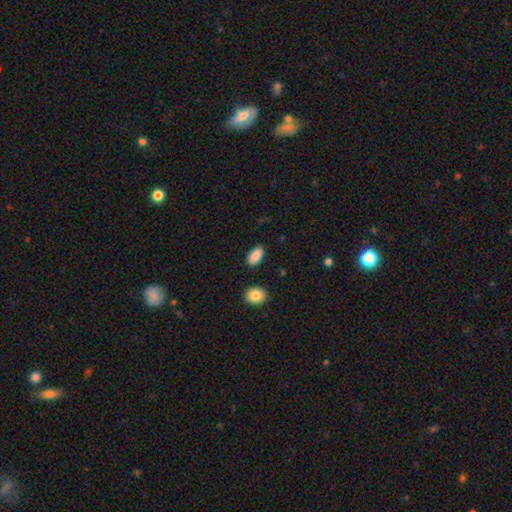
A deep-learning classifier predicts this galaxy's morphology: Overall: smooth (89%). How rounded: in between (93%). Merging: none (87%).